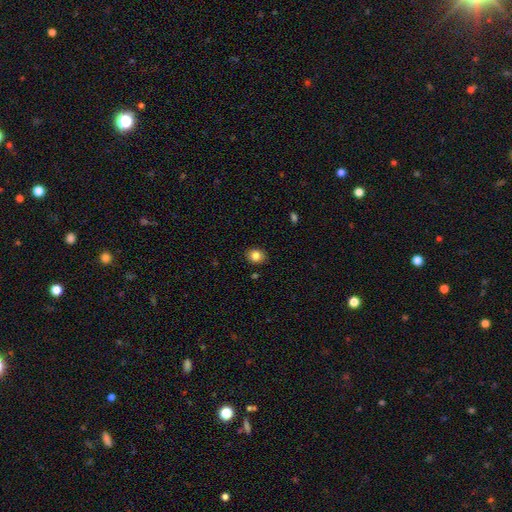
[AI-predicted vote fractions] Smooth or featured? smooth (83%)
How rounded? round (52%)
Merging? none (88%)